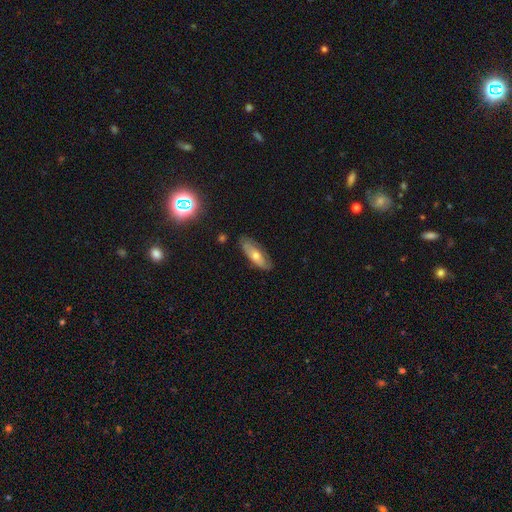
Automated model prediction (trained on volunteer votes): Q: Smooth or featured?
A: smooth (52%); runner-up: featured or disk (41%)
Q: How rounded?
A: in between (64%); runner-up: cigar-shaped (33%)
Q: Merging?
A: none (77%); runner-up: minor disturbance (18%)